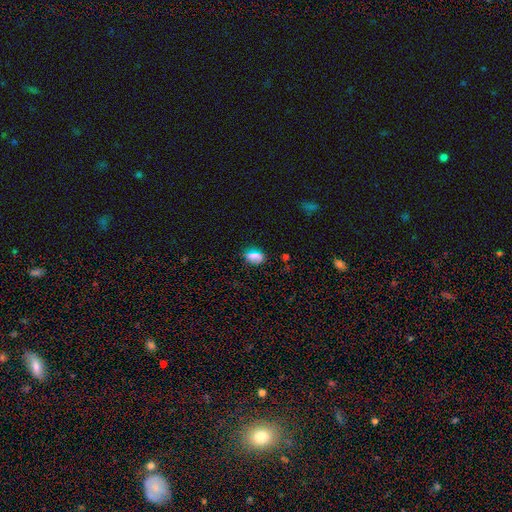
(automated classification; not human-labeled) This appears to be a smooth galaxy with no disk features (71%) that is in between round and cigar-shaped (67%). Merging: none (79%).